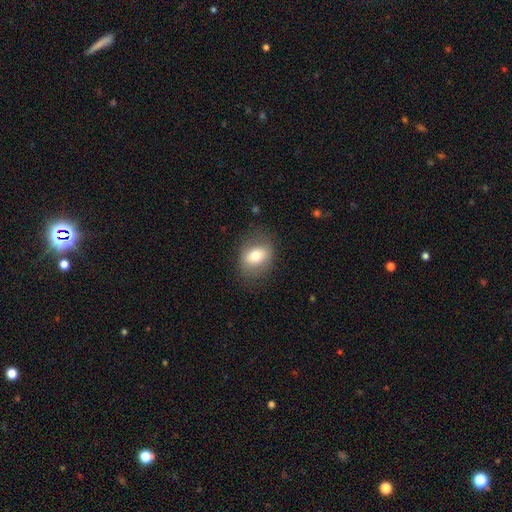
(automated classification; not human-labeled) Smooth or featured? Predicted: smooth (p=0.70). How rounded? Predicted: in between (p=0.64). Merging? Predicted: none (p=0.78).